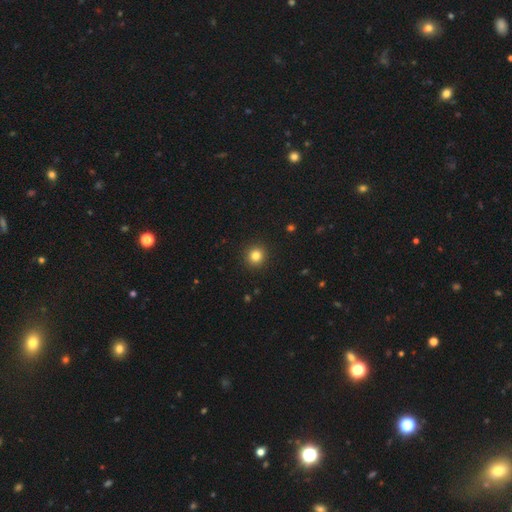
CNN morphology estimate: Smooth or featured? smooth (82%)
How rounded? round (93%)
Merging? none (93%)